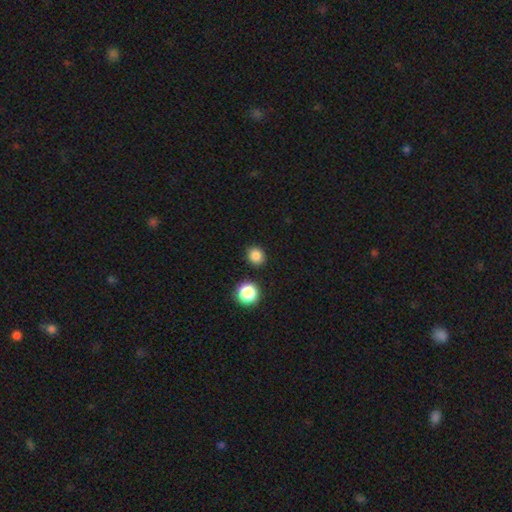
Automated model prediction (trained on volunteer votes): This is clearly a smooth galaxy (83%). How rounded: likely round (78%). Merging: clearly none (88%).